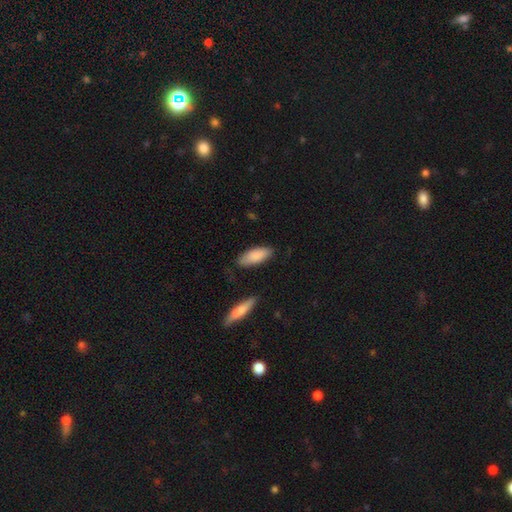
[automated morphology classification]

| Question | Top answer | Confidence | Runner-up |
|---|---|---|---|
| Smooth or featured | smooth | 87% | featured or disk (8%) |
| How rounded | in between | 76% | cigar-shaped (22%) |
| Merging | none | 80% | minor disturbance (15%) |